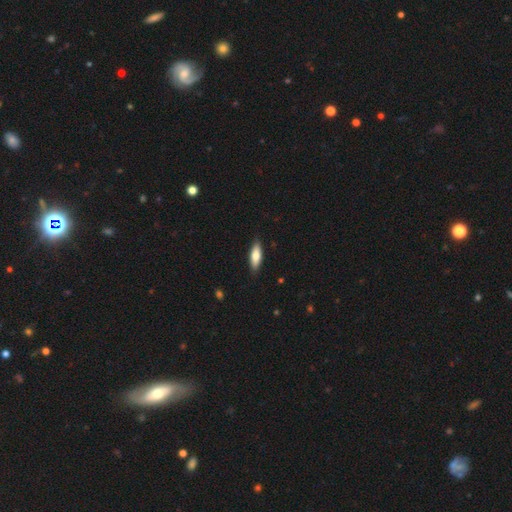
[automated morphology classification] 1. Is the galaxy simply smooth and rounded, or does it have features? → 72% smooth, 22% featured or disk, 6% star or artifact.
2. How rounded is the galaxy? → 54% in between, 44% cigar-shaped, 2% round.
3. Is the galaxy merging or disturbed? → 87% none, 10% minor disturbance, 2% major disturbance, 1% merger.